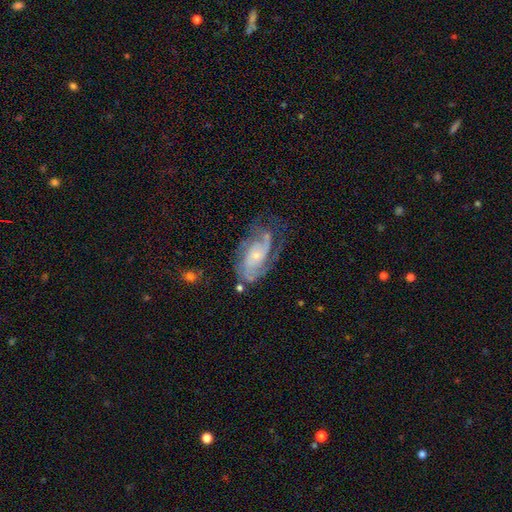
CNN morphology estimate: A featured or disk galaxy (82%) with no bar (68%), 2 (41%) tight (44%) spiral arms (94%) and a small central bulge (68%).

Vote fractions:
- Smooth or featured? featured or disk: 82% / smooth: 11% / star or artifact: 7%
- Edge-on disk? no: 96% / yes: 4%
- Bar? no: 68% / weak: 26% / strong: 6%
- Spiral arms? yes: 94% / no: 6%
- Spiral winding? tight: 44% / medium: 41% / loose: 15%
- Spiral arm count? 2: 41% / can't tell: 25% / 3: 18% / 1: 6% / 4: 5% / more than 4: 4%
- Bulge size? small: 68% / moderate: 23% / none: 5% / large: 3% / dominant: 1%
- Merging? none: 57% / minor disturbance: 23% / major disturbance: 17% / merger: 3%